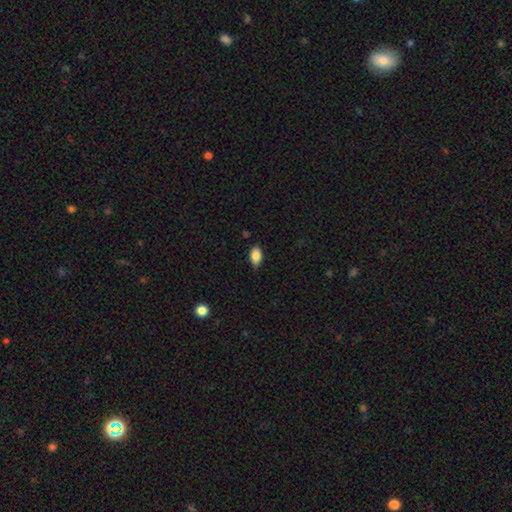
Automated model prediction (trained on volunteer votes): A smooth galaxy with no disk features (84%) that is in between round and cigar-shaped (88%). Merging: none (70%).